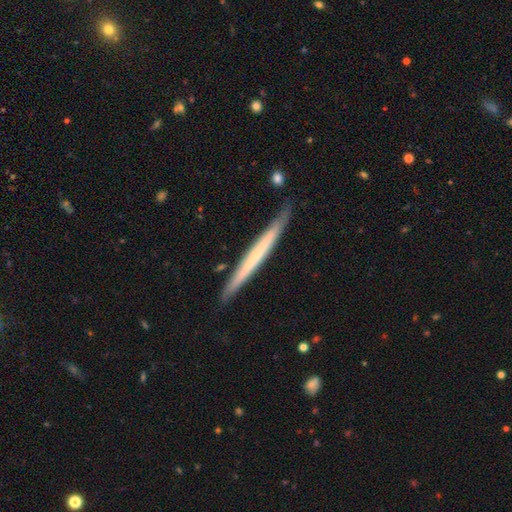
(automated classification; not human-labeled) Smooth or featured? Predicted: featured or disk (p=0.49). Merging? Predicted: none (p=0.85).